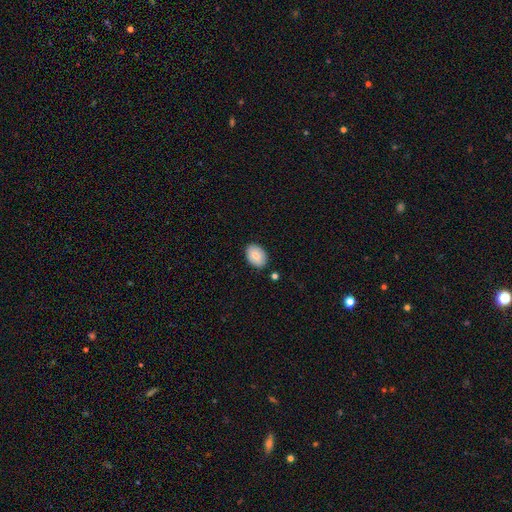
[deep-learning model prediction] Smooth or featured?
  - smooth: 83% *
  - featured or disk: 11%
  - star or artifact: 7%
How rounded?
  - in between: 86% *
  - round: 13%
  - cigar-shaped: 1%
Merging?
  - none: 85% *
  - minor disturbance: 11%
  - merger: 2%
  - major disturbance: 2%